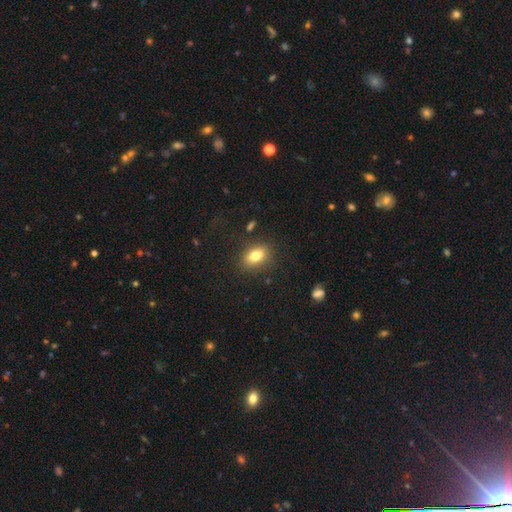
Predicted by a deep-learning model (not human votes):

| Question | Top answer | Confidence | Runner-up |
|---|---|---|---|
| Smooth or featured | smooth | 80% | featured or disk (10%) |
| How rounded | in between | 80% | round (18%) |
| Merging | none | 84% | minor disturbance (11%) |